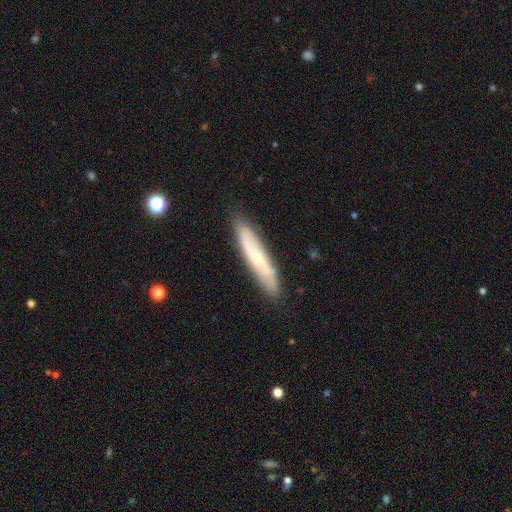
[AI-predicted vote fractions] This appears to be a smooth galaxy with no disk features (47%, tied with featured or disk). Merging: none (84%).